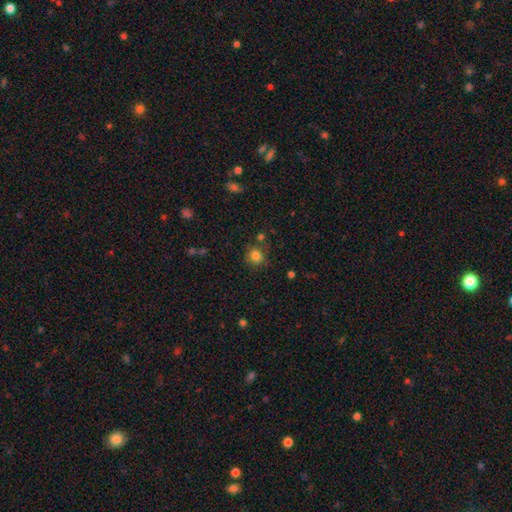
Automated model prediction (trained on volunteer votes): Q: Smooth or featured?
A: smooth (82%); runner-up: star or artifact (12%)
Q: How rounded?
A: round (82%); runner-up: in between (17%)
Q: Merging?
A: none (77%); runner-up: minor disturbance (14%)